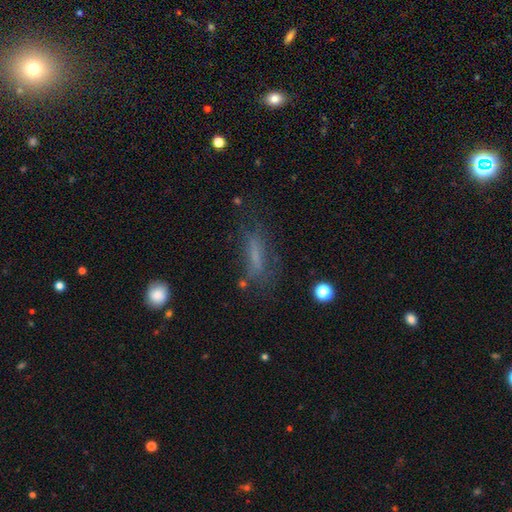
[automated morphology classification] A smooth galaxy with no disk features (54%) that is cigar-shaped (56%). Merging: none (61%).